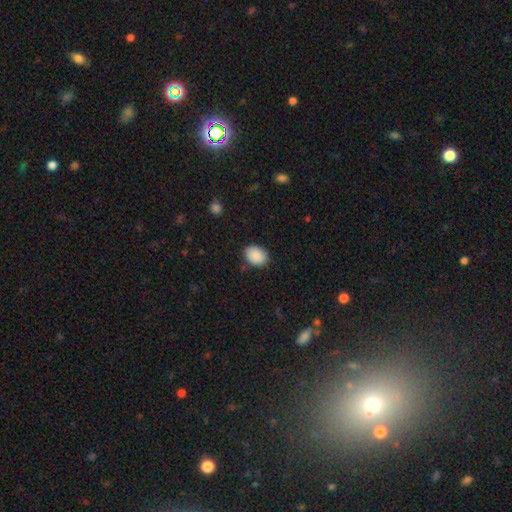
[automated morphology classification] This is clearly a smooth galaxy (89%). How rounded: likely in between (70%). Merging: clearly none (84%).